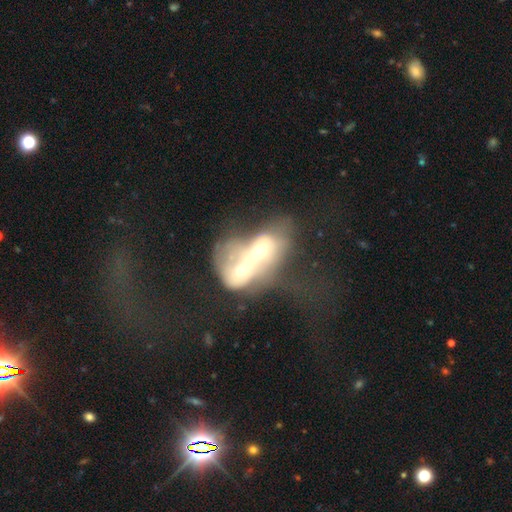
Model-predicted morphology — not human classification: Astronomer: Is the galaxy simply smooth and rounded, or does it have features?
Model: featured or disk — 51% (runner-up: smooth, 38%).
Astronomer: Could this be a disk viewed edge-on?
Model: no — 92%.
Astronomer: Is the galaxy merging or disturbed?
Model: merger — 80%.